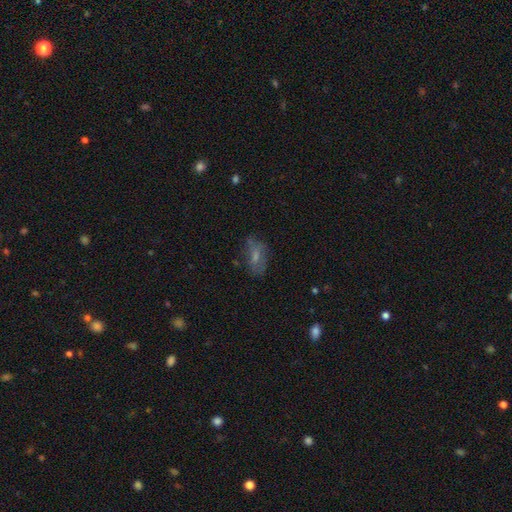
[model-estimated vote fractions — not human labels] Smooth or featured?
  - smooth: 48% *
  - featured or disk: 37%
  - star or artifact: 15%
Merging?
  - none: 63% *
  - minor disturbance: 22%
  - major disturbance: 12%
  - merger: 2%